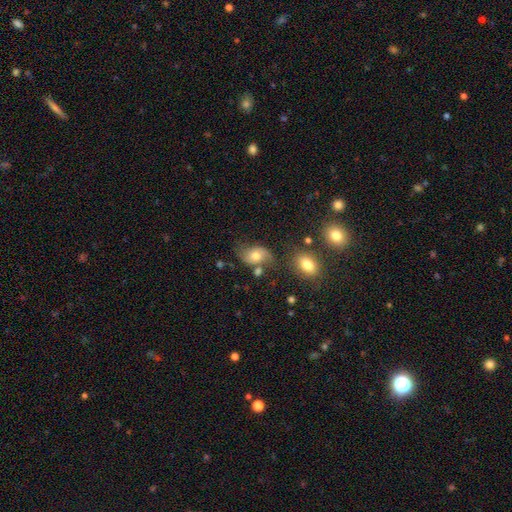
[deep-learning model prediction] A smooth galaxy with no disk features (55%) that is in between round and cigar-shaped (78%). Merging: none (52%).